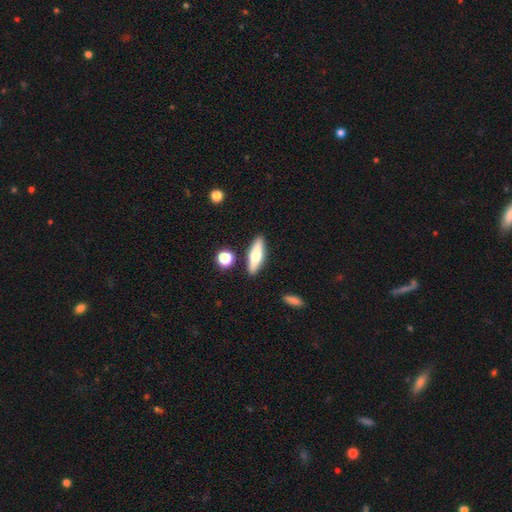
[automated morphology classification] smooth 59%, featured or disk 34%, star or artifact 7%. Down the decision tree: how rounded — cigar-shaped (55%); merging — none (85%).